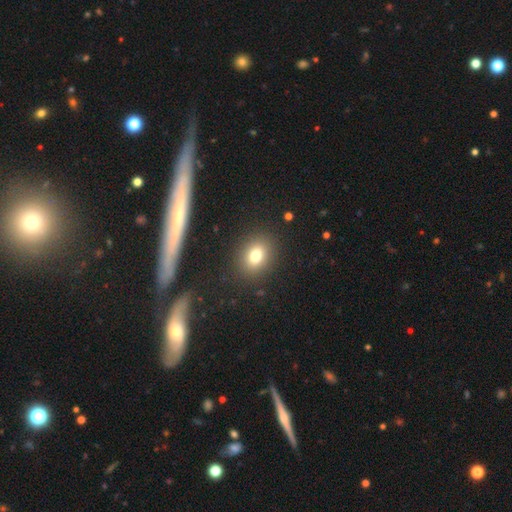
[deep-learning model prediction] This is likely a smooth galaxy (76%). How rounded: possibly in between (52%). Merging: clearly none (87%).